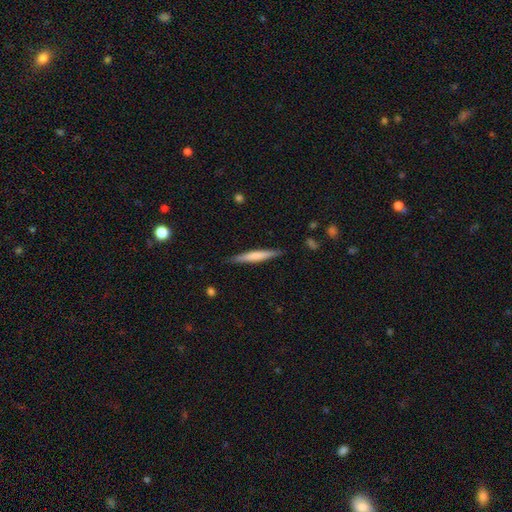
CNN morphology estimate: Smooth or featured? Predicted: smooth (p=0.59). How rounded? Predicted: cigar-shaped (p=0.93). Merging? Predicted: none (p=0.86).